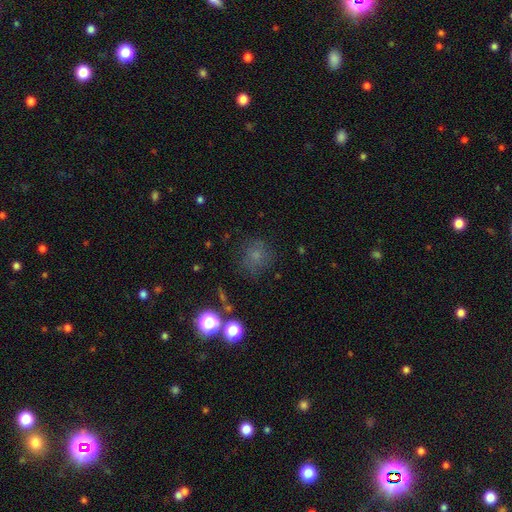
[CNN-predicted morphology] A smooth galaxy with no disk features (65%) that is round (85%). Merging: none (74%).